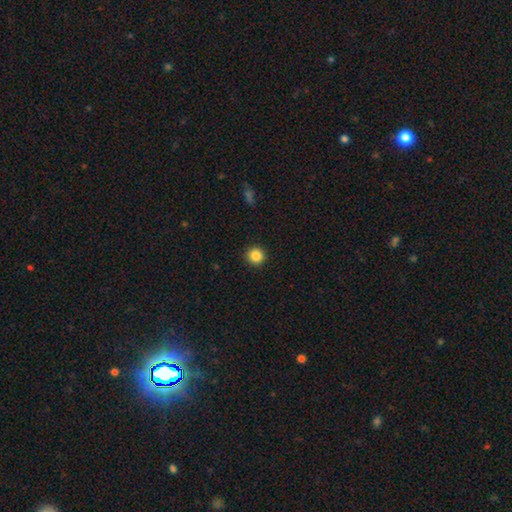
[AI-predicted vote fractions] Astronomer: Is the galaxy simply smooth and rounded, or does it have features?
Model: smooth — 86%.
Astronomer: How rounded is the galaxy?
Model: round — 94%.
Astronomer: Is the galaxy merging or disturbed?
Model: none — 93%.